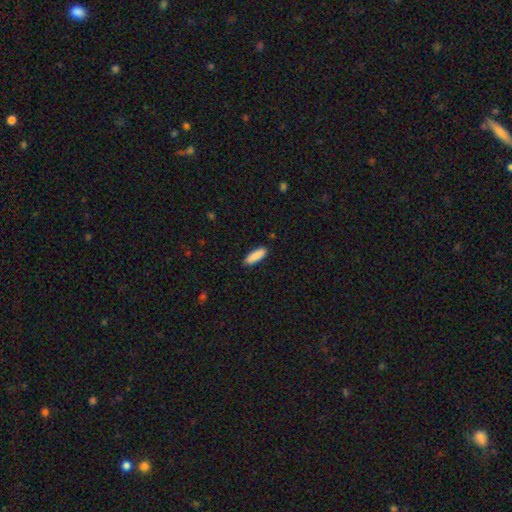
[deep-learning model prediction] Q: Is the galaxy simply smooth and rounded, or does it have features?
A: smooth — 89%.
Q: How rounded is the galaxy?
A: cigar-shaped — 49%, tied with in between.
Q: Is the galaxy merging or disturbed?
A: none — 90%.